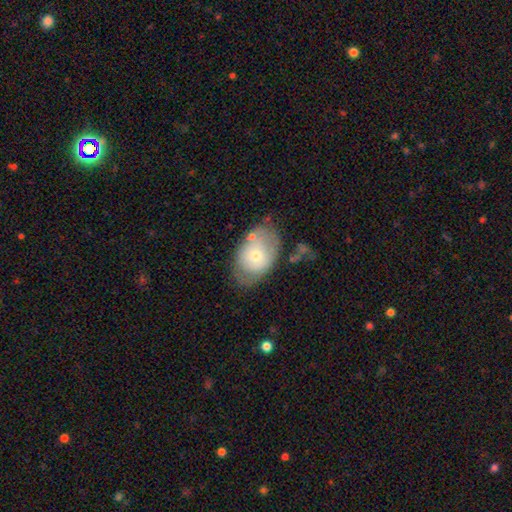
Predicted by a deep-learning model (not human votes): A smooth galaxy with no disk features (59%) that is in between round and cigar-shaped (83%).

Vote fractions:
- Smooth or featured? smooth: 59% / featured or disk: 34% / star or artifact: 7%
- How rounded? in between: 83% / round: 16% / cigar-shaped: 1%
- Merging? none: 60% / minor disturbance: 24% / major disturbance: 9% / merger: 7%